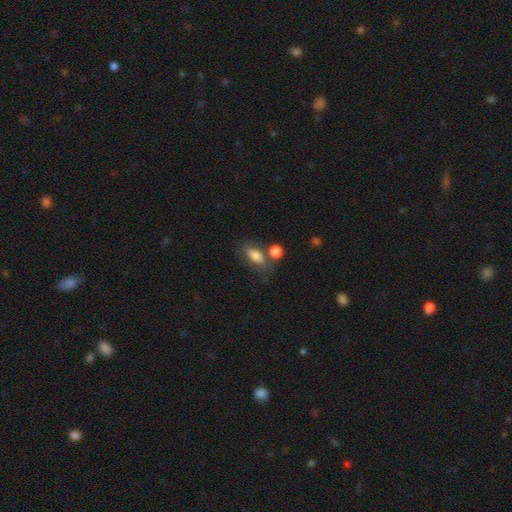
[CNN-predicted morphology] Smooth or featured?
  - smooth: 75% *
  - featured or disk: 17%
  - star or artifact: 9%
How rounded?
  - in between: 81% *
  - cigar-shaped: 10%
  - round: 8%
Merging?
  - none: 54% *
  - merger: 20%
  - minor disturbance: 18%
  - major disturbance: 8%